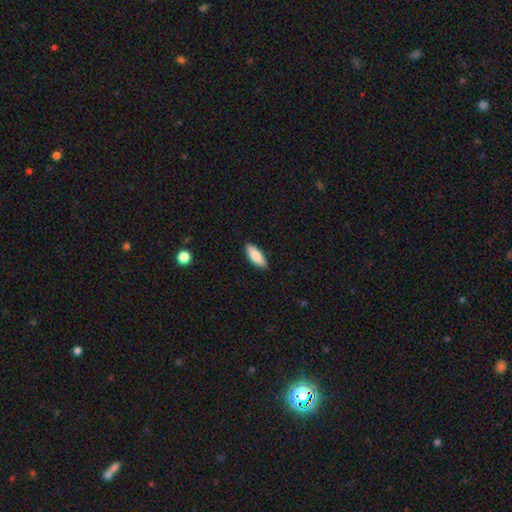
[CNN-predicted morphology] smooth_or_featured: smooth (p=0.81) [alt: featured or disk p=0.14]
how_rounded: in between (p=0.73) [alt: cigar-shaped p=0.25]
merging: none (p=0.88) [alt: minor disturbance p=0.09]